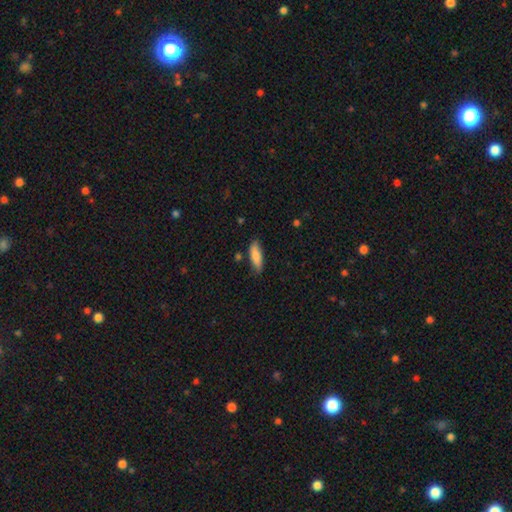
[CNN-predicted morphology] This is clearly a smooth galaxy (84%). How rounded: possibly in between (58%). Merging: likely none (76%).